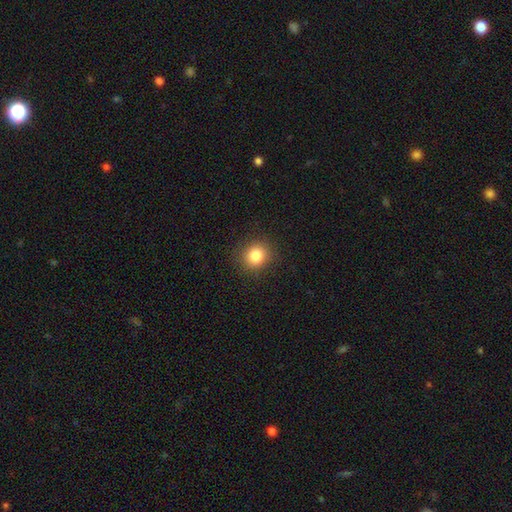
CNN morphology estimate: smooth 83%, star or artifact 11%, featured or disk 6%. Down the decision tree: how rounded — round (87%); merging — none (90%).